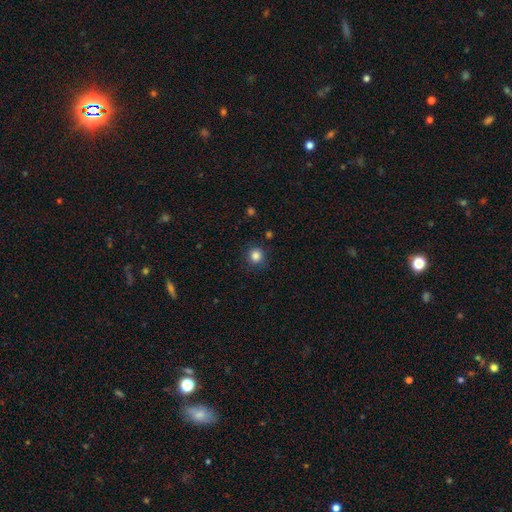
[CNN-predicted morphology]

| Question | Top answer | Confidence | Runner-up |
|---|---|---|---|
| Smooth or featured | smooth | 85% | star or artifact (11%) |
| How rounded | round | 93% | in between (6%) |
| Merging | none | 87% | minor disturbance (8%) |